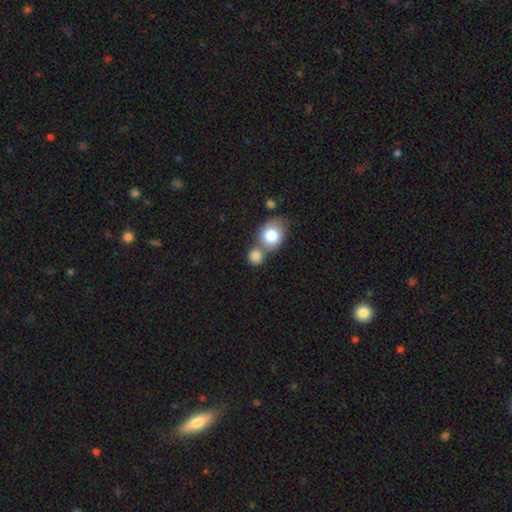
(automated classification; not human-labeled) Smooth or featured? Predicted: smooth (p=0.82). How rounded? Predicted: round (p=0.75). Merging? Predicted: merger (p=0.46).